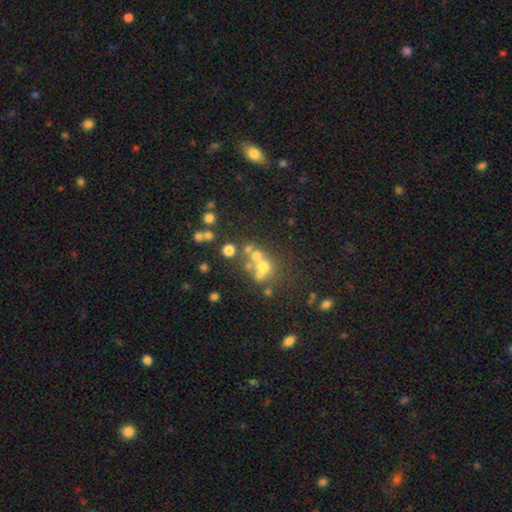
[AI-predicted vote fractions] This appears to be a smooth galaxy with no disk features (44%). Merging: merger (43%).